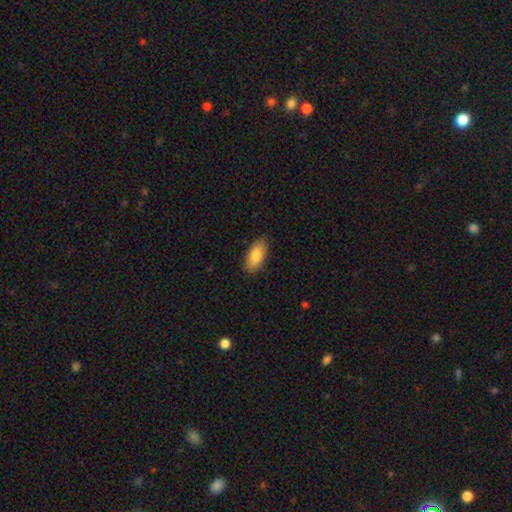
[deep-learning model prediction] smooth-or-featured: smooth: 85% | featured or disk: 9% | star or artifact: 6%
  how-rounded: in between: 89% | cigar-shaped: 8% | round: 2%
  merging: none: 86% | minor disturbance: 11% | major disturbance: 2% | merger: 1%